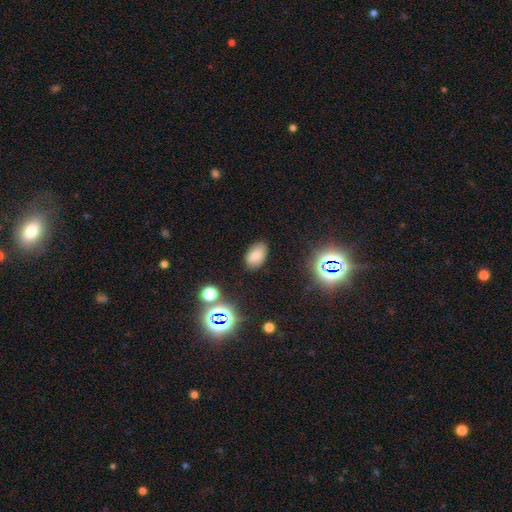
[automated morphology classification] type=smooth (77%); roundness=in between (90%); merging=none (83%).